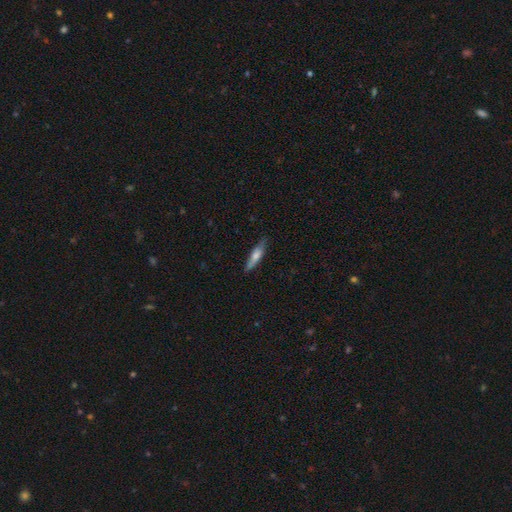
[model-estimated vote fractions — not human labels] This appears to be a smooth galaxy with no disk features (57%) that is cigar-shaped (79%). Merging: none (81%).